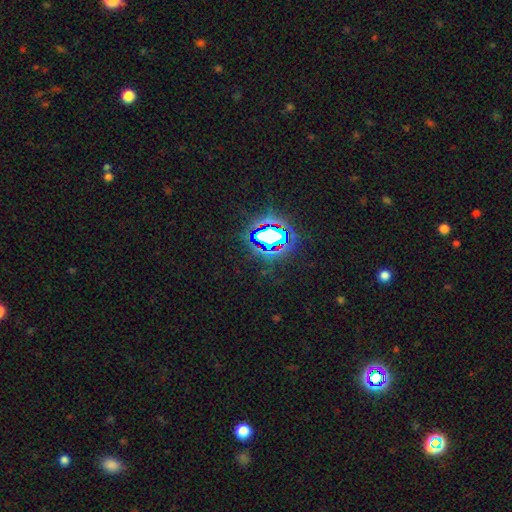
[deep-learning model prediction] Smooth or featured?
  - star or artifact: 82% *
  - smooth: 11%
  - featured or disk: 7%